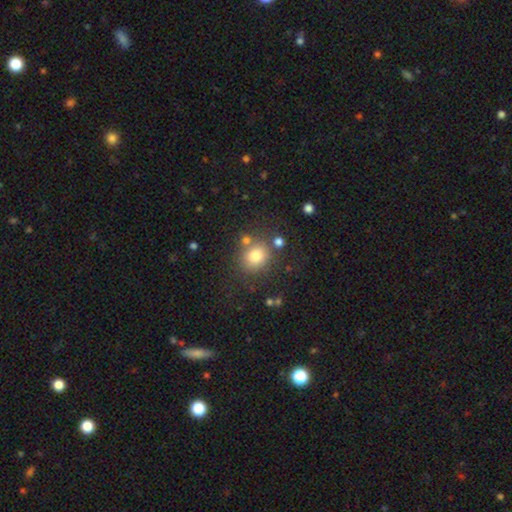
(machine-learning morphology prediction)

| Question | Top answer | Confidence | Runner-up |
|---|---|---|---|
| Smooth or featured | smooth | 77% | star or artifact (13%) |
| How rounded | round | 78% | in between (21%) |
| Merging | none | 74% | minor disturbance (11%) |